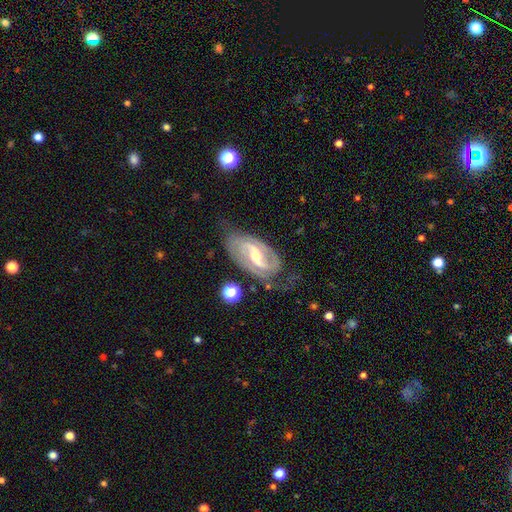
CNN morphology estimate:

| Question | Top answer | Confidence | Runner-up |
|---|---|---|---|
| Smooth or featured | featured or disk | 89% | smooth (6%) |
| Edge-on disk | no | 96% | yes (4%) |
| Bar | strong | 46% | weak (40%) |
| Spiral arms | yes | 97% | no (3%) |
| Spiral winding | medium | 48% | tight (37%) |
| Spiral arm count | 2 | 89% | can't tell (5%) |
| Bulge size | moderate | 55% | small (40%) |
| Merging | none | 69% | minor disturbance (21%) |